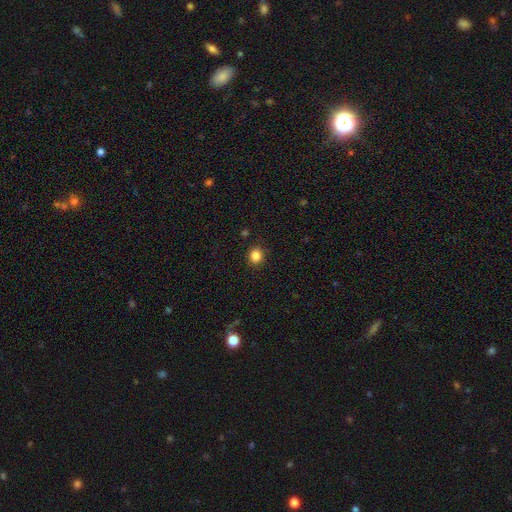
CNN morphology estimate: smooth_or_featured: smooth (p=0.84) [alt: star or artifact p=0.12]
how_rounded: round (p=0.83) [alt: in between p=0.16]
merging: none (p=0.90) [alt: minor disturbance p=0.07]